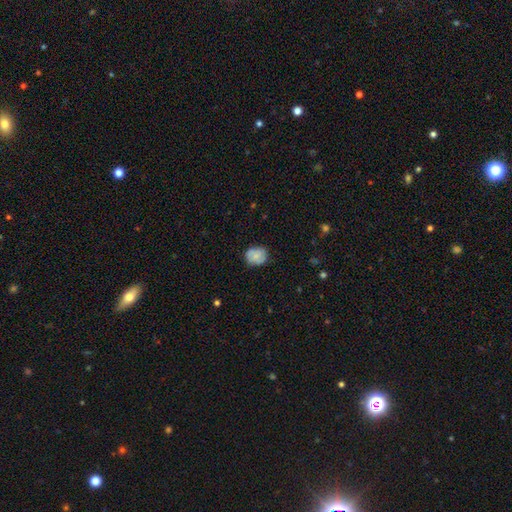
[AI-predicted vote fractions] Q: Smooth or featured?
A: smooth (71%); runner-up: featured or disk (21%)
Q: How rounded?
A: round (65%); runner-up: in between (35%)
Q: Merging?
A: none (74%); runner-up: minor disturbance (21%)